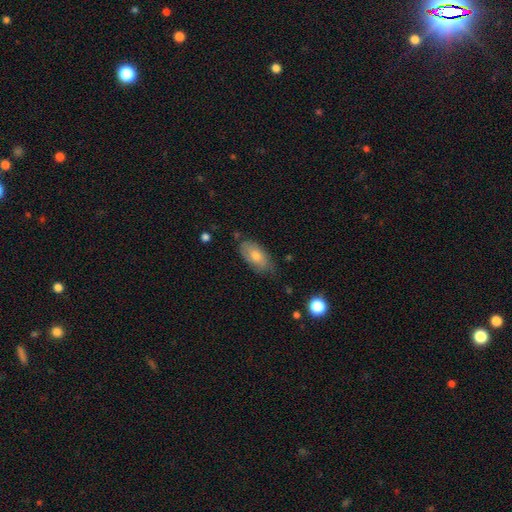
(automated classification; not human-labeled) Overall: smooth (67%). How rounded: in between (91%). Merging: none (69%).